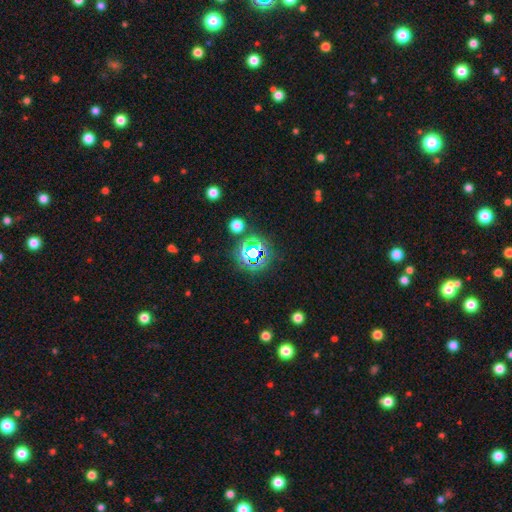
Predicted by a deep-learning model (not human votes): A star or artifact, not a galaxy (68%).

Vote fractions:
- Smooth or featured? star or artifact: 68% / smooth: 22% / featured or disk: 10%